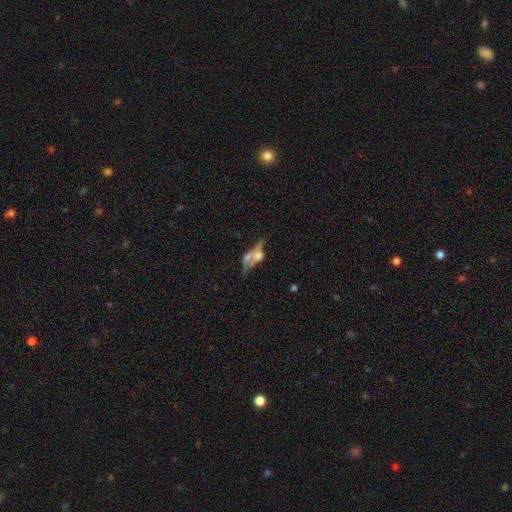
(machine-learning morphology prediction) Smooth or featured?
  - featured or disk: 50% *
  - smooth: 38%
  - star or artifact: 13%
Merging?
  - merger: 48% *
  - none: 22%
  - major disturbance: 19%
  - minor disturbance: 11%